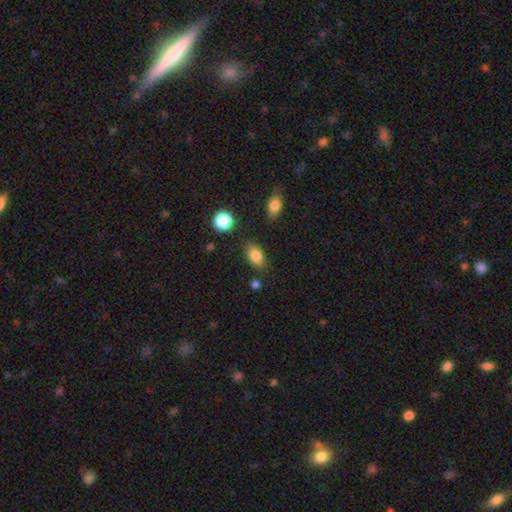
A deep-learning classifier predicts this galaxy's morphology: A smooth galaxy with no disk features (83%) that is in between round and cigar-shaped (84%). Merging: none (79%).